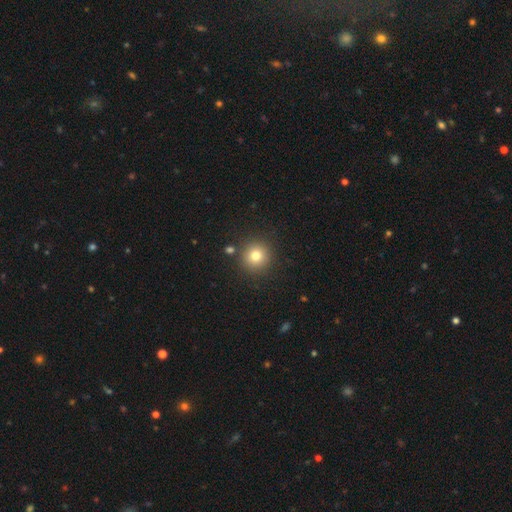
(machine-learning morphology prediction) smooth 80%, star or artifact 12%, featured or disk 8%. Down the decision tree: how rounded — round (94%); merging — none (87%).